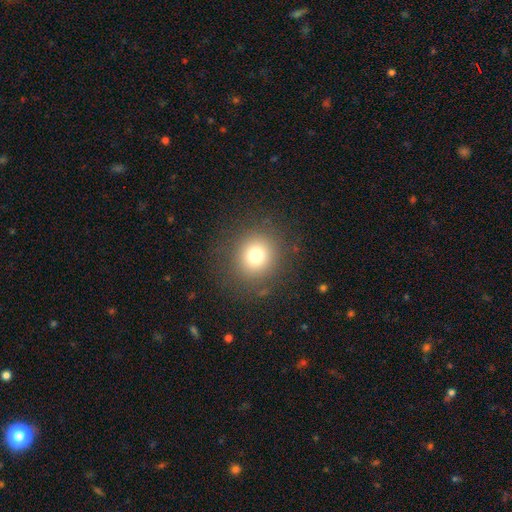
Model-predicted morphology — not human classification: Smooth or featured? smooth (75%)
How rounded? round (91%)
Merging? none (86%)